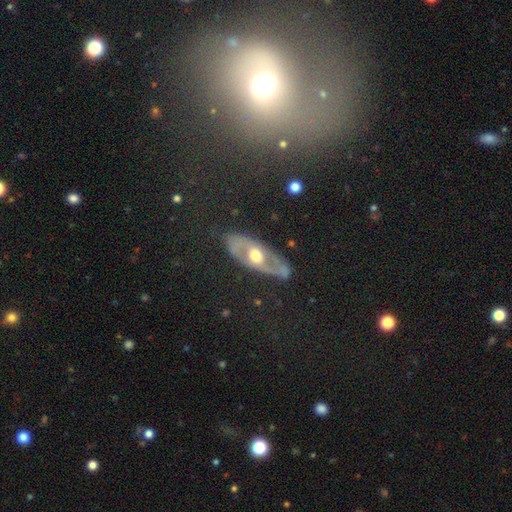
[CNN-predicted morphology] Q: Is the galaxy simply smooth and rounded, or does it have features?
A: featured or disk — 63%.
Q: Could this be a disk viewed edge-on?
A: no — 74%.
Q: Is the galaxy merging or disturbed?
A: none — 73%.